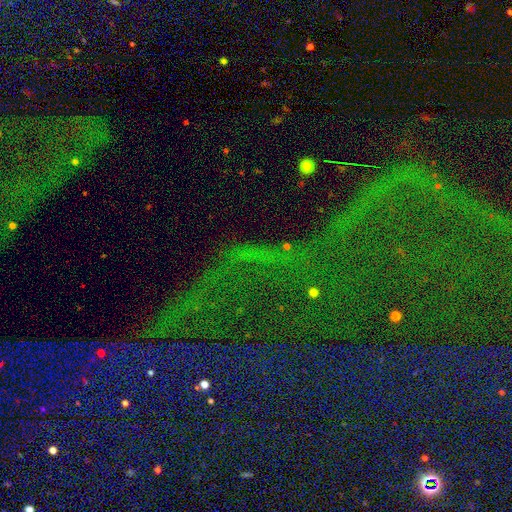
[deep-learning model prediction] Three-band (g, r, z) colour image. It shows a star or artifact, not a galaxy (80%).